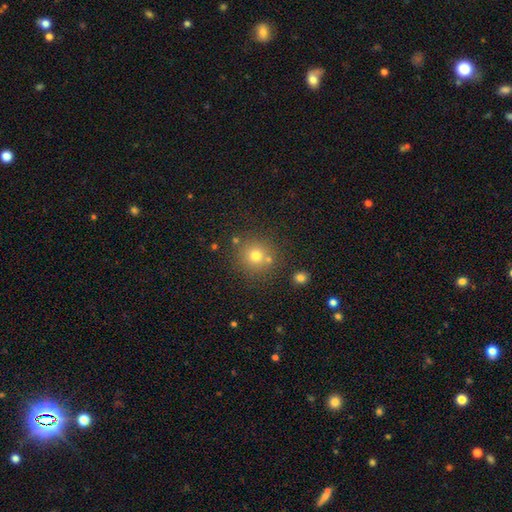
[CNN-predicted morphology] Smooth or featured? smooth (73%)
How rounded? round (93%)
Merging? none (76%)